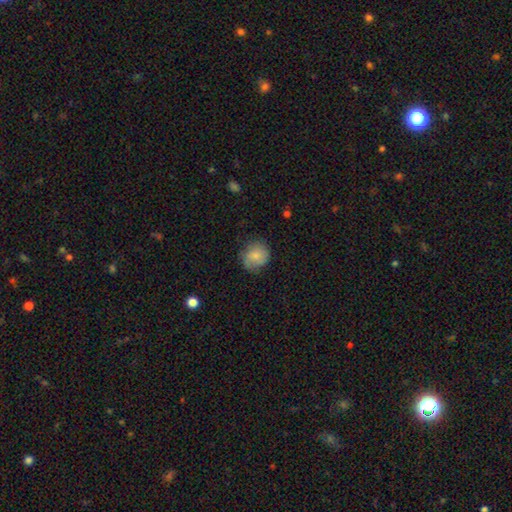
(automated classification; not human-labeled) This appears to be a smooth galaxy with no disk features (74%) that is round (81%). Merging: none (68%).